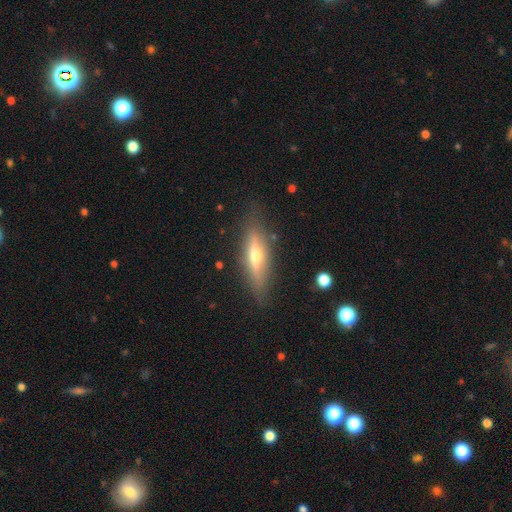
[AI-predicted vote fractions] featured or disk 61%, smooth 32%, star or artifact 7%. Down the decision tree: edge-on disk — yes (90%); edge-on bulge — rounded (88%); merging — none (82%).